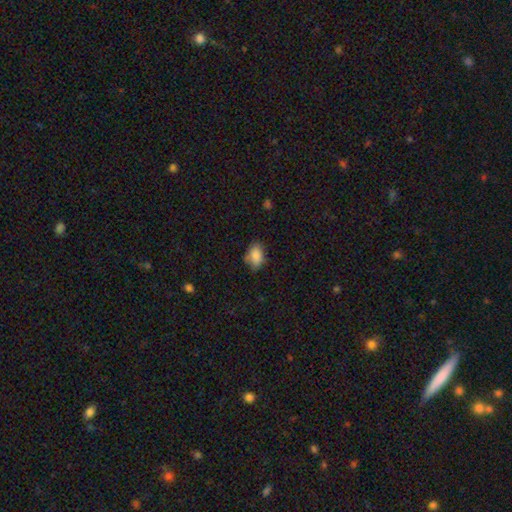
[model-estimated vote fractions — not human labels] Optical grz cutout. It shows a smooth galaxy with no disk features (85%) that is in between round and cigar-shaped (84%). Merging: none (65%).